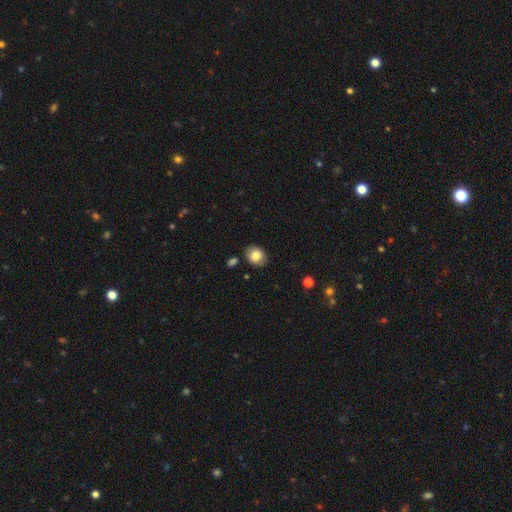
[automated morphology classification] smooth 82%, featured or disk 10%, star or artifact 8%. Down the decision tree: how rounded — round (52%); merging — none (85%).